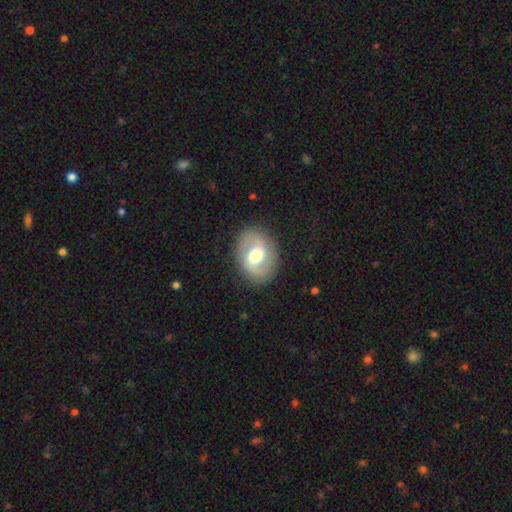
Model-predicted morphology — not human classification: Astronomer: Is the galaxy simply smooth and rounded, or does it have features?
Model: featured or disk — 67%.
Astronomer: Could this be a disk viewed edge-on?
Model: no — 97%.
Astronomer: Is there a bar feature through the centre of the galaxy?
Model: weak — 50% (runner-up: no, 28%).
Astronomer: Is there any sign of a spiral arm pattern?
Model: yes — 79%.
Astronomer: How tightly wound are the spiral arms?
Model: medium — 47% (runner-up: loose, 34%).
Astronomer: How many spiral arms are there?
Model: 2 — 89%.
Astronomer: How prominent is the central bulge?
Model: moderate — 66%.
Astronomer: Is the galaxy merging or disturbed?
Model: none — 85%.